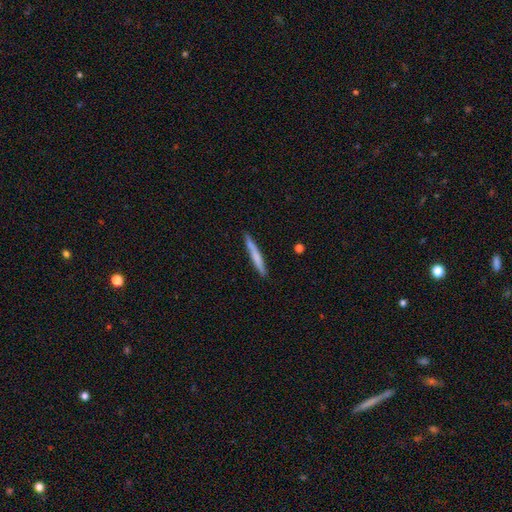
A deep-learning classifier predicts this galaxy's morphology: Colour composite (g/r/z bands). It shows a smooth galaxy with no disk features (66%) that is cigar-shaped (96%). Merging: none (88%).